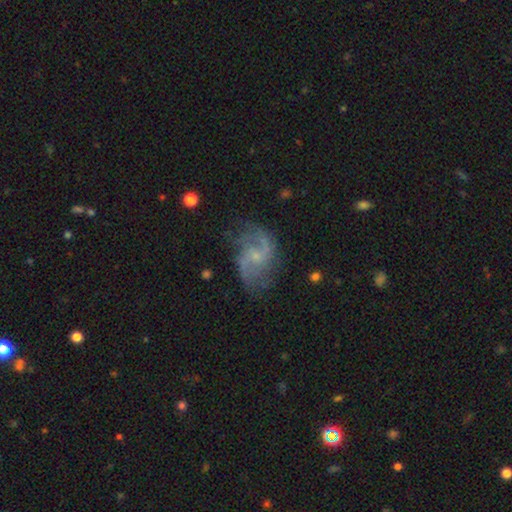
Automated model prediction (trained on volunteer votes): A featured or disk galaxy (84%) with no bar (54%), 2 (85%) medium (44%, tied with loose) spiral arms (95%) and a small central bulge (64%).

Vote fractions:
- Smooth or featured? featured or disk: 84% / smooth: 9% / star or artifact: 7%
- Edge-on disk? no: 97% / yes: 3%
- Bar? no: 54% / weak: 40% / strong: 7%
- Spiral arms? yes: 95% / no: 5%
- Spiral winding? medium: 44% (tied) / loose: 44% (tied) / tight: 12%
- Spiral arm count? 2: 85% / can't tell: 6% / 3: 4% / 1: 2% / 4: 2% / more than 4: 2%
- Bulge size? small: 64% / moderate: 21% / none: 12% / large: 1% / dominant: 1%
- Merging? none: 72% / minor disturbance: 18% / major disturbance: 9% / merger: 2%